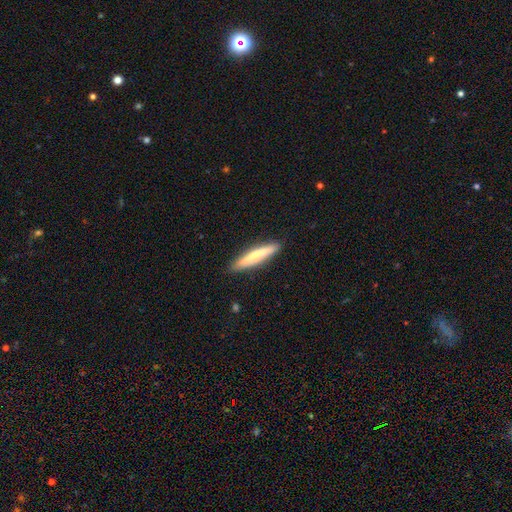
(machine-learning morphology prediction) smooth 62%, featured or disk 32%, star or artifact 5%. Down the decision tree: how rounded — cigar-shaped (92%); merging — none (89%).